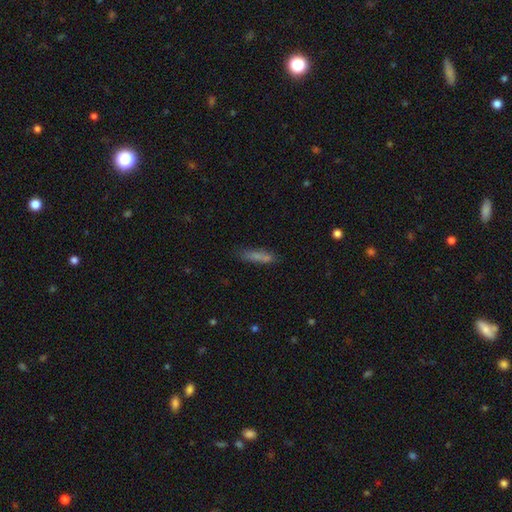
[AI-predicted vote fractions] Smooth or featured? smooth (77%)
How rounded? cigar-shaped (83%)
Merging? none (77%)